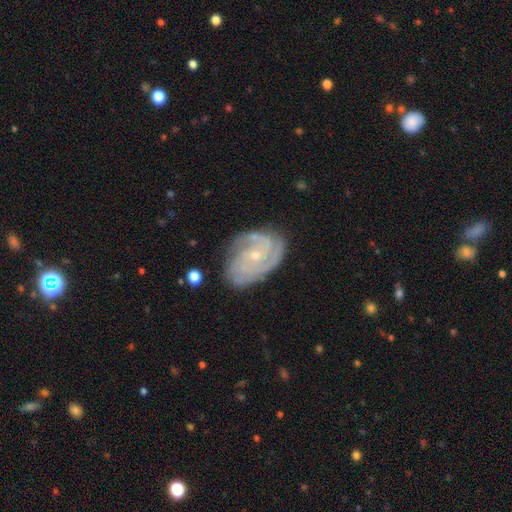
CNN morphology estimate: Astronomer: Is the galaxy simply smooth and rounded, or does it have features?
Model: featured or disk — 87%.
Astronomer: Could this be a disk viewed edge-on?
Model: no — 97%.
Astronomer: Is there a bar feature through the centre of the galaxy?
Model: no — 70%.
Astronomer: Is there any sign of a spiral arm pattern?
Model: yes — 98%.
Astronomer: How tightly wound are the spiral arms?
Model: tight — 67%.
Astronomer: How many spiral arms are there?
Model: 3 — 38% (runner-up: 2, 22%).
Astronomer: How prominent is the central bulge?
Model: small — 77%.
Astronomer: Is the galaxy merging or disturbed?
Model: none — 75%.